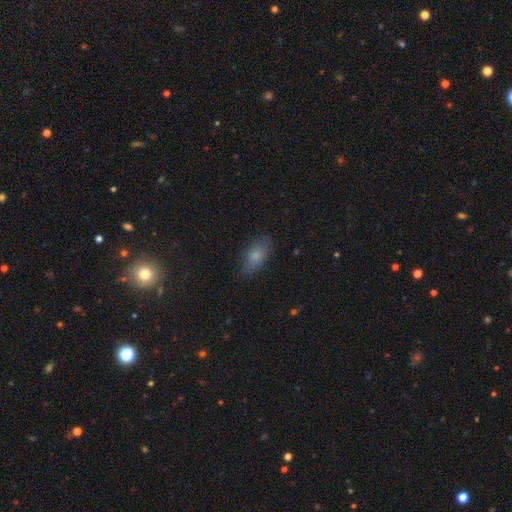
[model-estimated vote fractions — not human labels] Overall: smooth (79%). How rounded: in between (89%). Merging: none (79%).